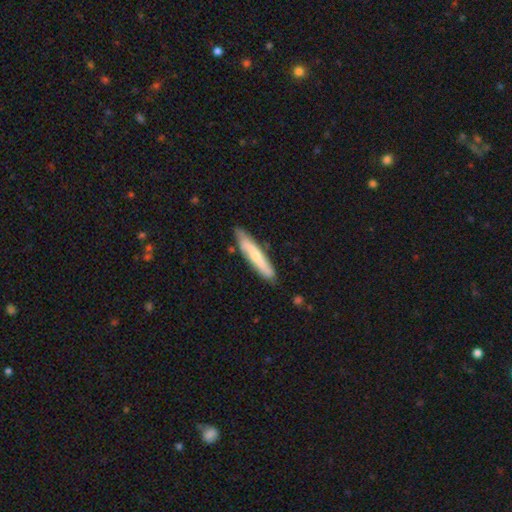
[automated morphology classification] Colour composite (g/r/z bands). It shows a smooth galaxy with no disk features (56%) that is cigar-shaped (89%). Merging: none (80%).